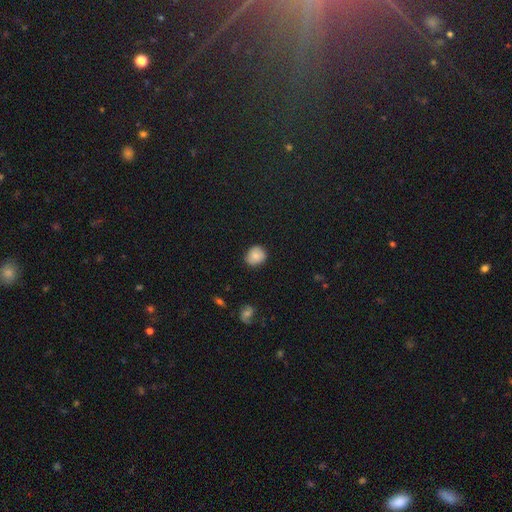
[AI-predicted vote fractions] Q: Smooth or featured?
A: smooth (81%); runner-up: featured or disk (10%)
Q: How rounded?
A: round (68%); runner-up: in between (31%)
Q: Merging?
A: none (79%); runner-up: minor disturbance (17%)